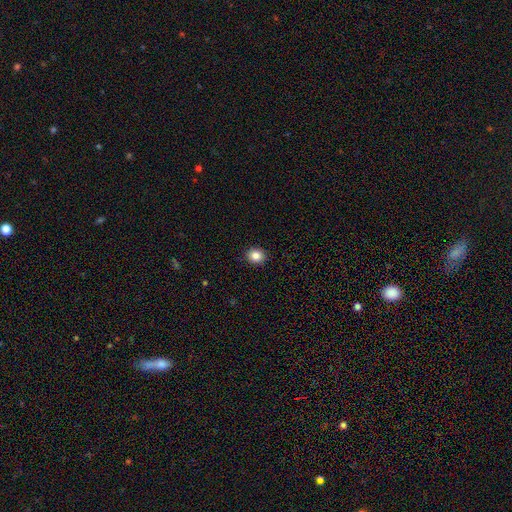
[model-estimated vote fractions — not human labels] This is clearly a smooth galaxy (86%). How rounded: likely round (77%). Merging: clearly none (92%).